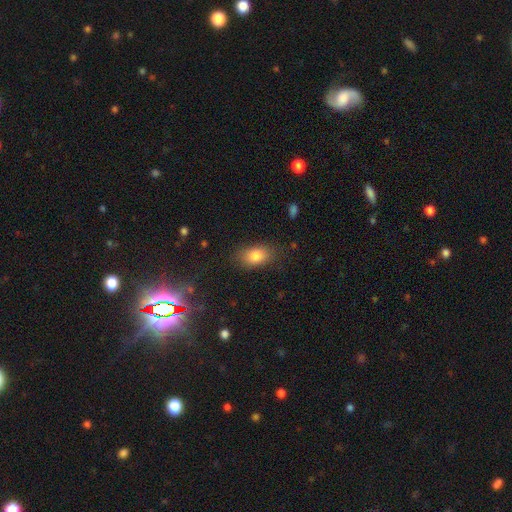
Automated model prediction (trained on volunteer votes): Smooth or featured? smooth (82%)
How rounded? in between (86%)
Merging? none (81%)